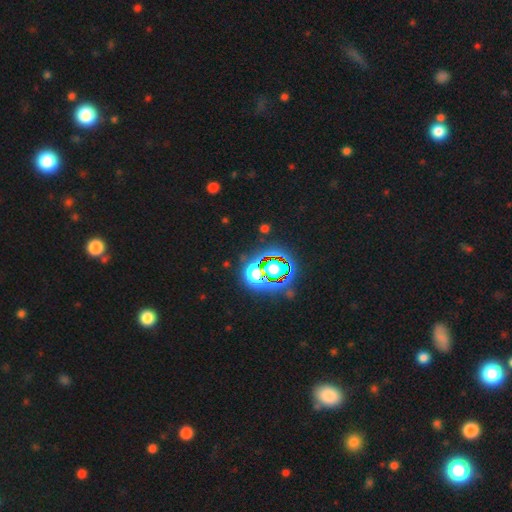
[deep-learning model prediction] star or artifact 78%, smooth 14%, featured or disk 7%.